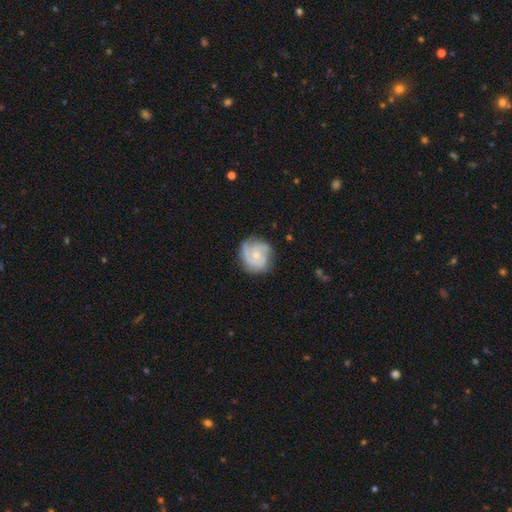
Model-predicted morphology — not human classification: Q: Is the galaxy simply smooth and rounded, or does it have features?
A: featured or disk — 71%.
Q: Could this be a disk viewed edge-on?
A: no — 98%.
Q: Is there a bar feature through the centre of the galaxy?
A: no — 78%.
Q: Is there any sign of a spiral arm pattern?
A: yes — 91%.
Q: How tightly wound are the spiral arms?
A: tight — 53%.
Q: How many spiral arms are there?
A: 3 — 38%.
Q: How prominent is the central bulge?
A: small — 55%.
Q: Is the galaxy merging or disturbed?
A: none — 69%.